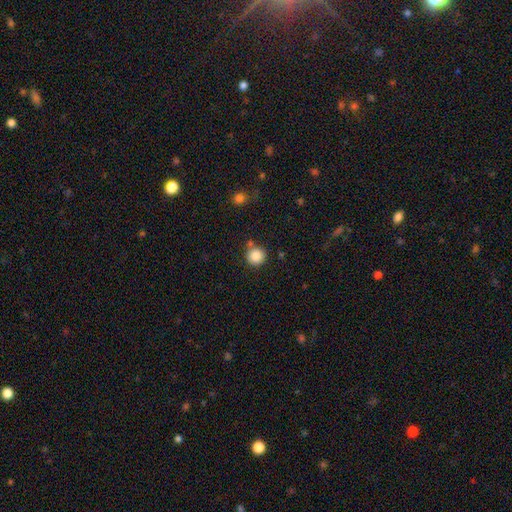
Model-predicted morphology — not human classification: smooth_or_featured: smooth (p=0.86) [alt: star or artifact p=0.09]
how_rounded: round (p=0.94) [alt: in between p=0.05]
merging: none (p=0.79) [alt: merger p=0.09]